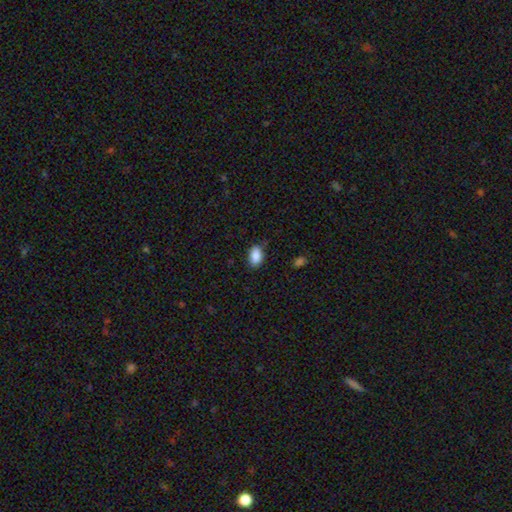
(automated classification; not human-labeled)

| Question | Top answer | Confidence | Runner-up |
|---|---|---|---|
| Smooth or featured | smooth | 88% | star or artifact (7%) |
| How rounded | in between | 91% | round (7%) |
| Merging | none | 83% | minor disturbance (13%) |